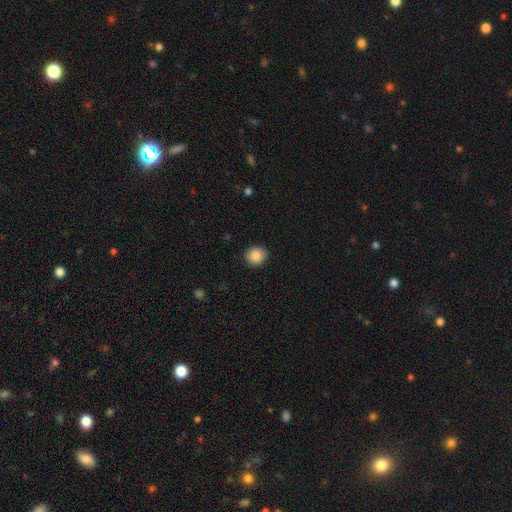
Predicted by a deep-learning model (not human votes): Smooth or featured: smooth — 86% (star or artifact — 9%)
How rounded: round — 83% (in between — 16%)
Merging: none — 90% (minor disturbance — 7%)